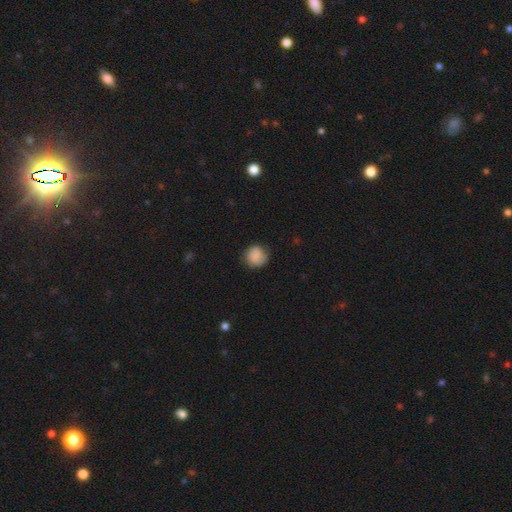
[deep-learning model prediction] A smooth galaxy with no disk features (85%) that is round (87%).

Vote fractions:
- Smooth or featured? smooth: 85% / star or artifact: 7% / featured or disk: 7%
- How rounded? round: 87% / in between: 12% / cigar-shaped: 1%
- Merging? none: 79% / minor disturbance: 16% / major disturbance: 4% / merger: 1%